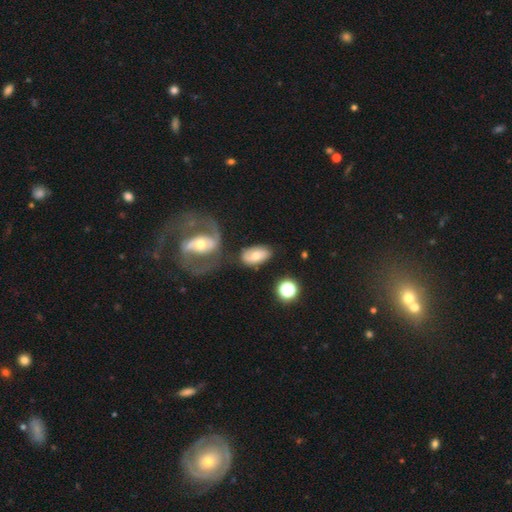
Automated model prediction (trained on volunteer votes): Morphology: type=smooth (49%); merging=none (63%).